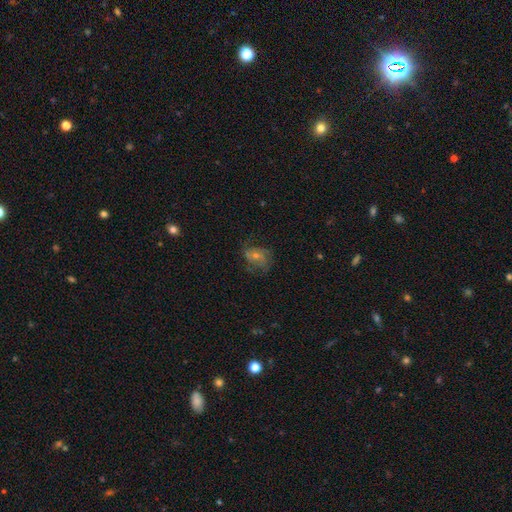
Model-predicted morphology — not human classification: Smooth or featured? Predicted: featured or disk (p=0.57). Edge-on disk? Predicted: no (p=0.97). Bar? Predicted: no (p=0.70). Spiral arms? Predicted: yes (p=0.82). Bulge size? Predicted: small (p=0.54). Merging? Predicted: none (p=0.64).